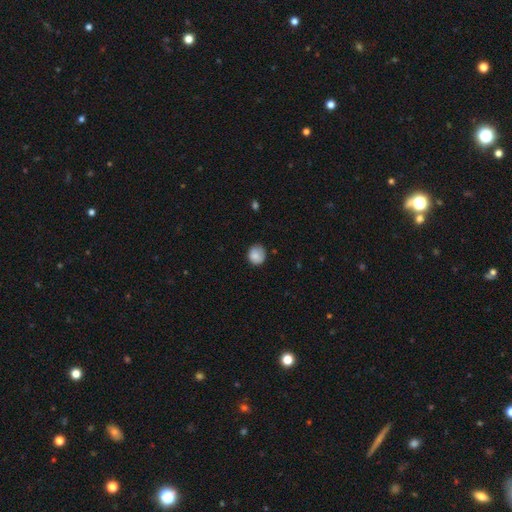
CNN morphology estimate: A smooth galaxy with no disk features (83%) that is round (81%).

Vote fractions:
- Smooth or featured? smooth: 83% / featured or disk: 9% / star or artifact: 8%
- How rounded? round: 81% / in between: 18% / cigar-shaped: 1%
- Merging? none: 73% / minor disturbance: 22% / major disturbance: 4% / merger: 1%